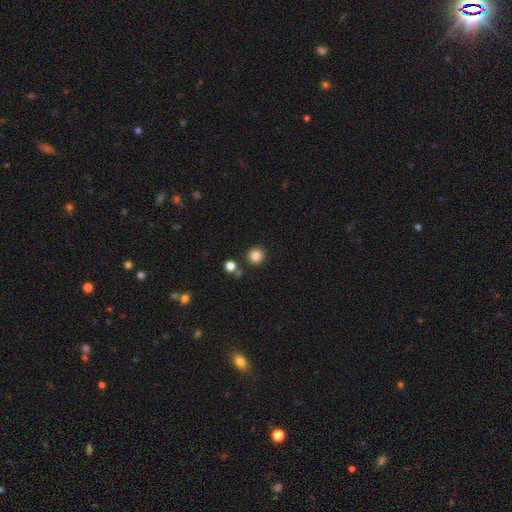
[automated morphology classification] Smooth or featured? Predicted: smooth (p=0.85). How rounded? Predicted: round (p=0.95). Merging? Predicted: none (p=0.87).